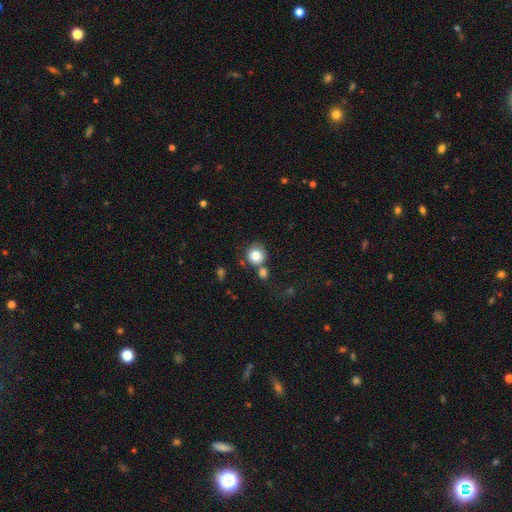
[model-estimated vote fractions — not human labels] This is clearly a smooth galaxy (82%). How rounded: clearly round (90%). Merging: likely none (62%).